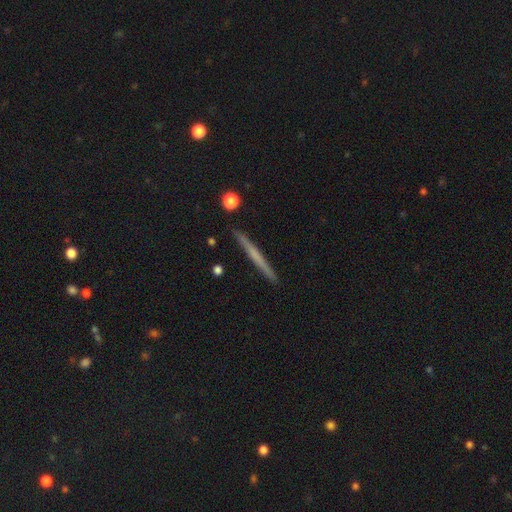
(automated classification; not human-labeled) Overall: featured or disk (49%; smooth 45%). Merging: none (92%).